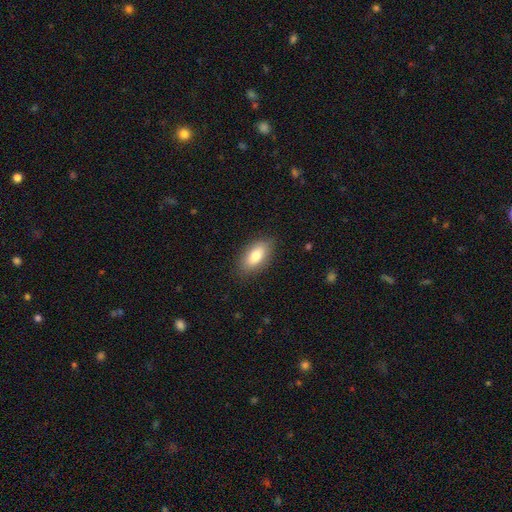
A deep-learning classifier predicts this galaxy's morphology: The model was most divided on "smooth or featured": smooth: 79%, featured or disk: 14%, star or artifact: 7%. More confident: how rounded — in between (89%); merging — none (85%).